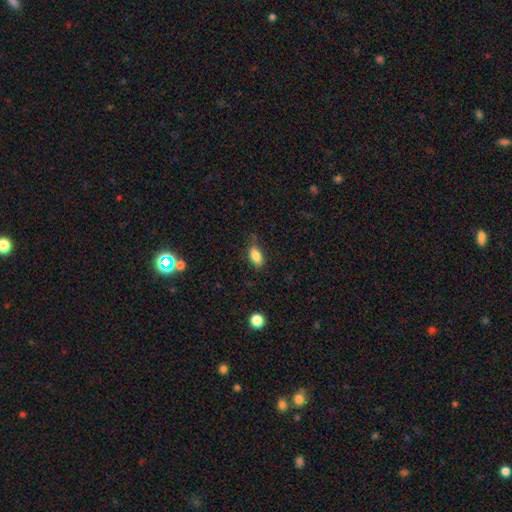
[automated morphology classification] The model was most divided on "merging": none: 73%, minor disturbance: 20%, major disturbance: 6%, merger: 2%. More confident: how rounded — in between (86%); smooth or featured — smooth (83%).